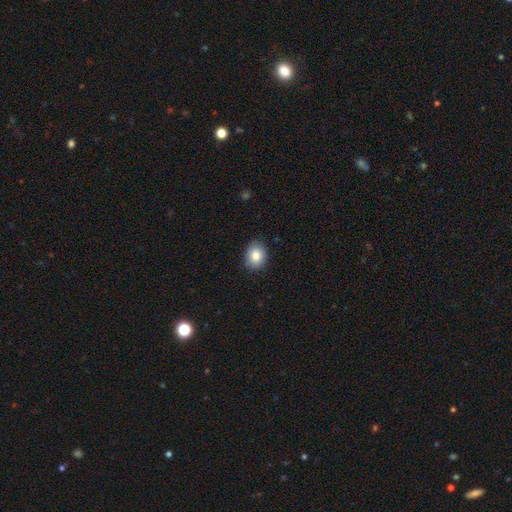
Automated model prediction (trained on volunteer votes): Smooth or featured: smooth — 83% (star or artifact — 8%)
How rounded: in between — 52% (round — 47%)
Merging: none — 86% (minor disturbance — 11%)